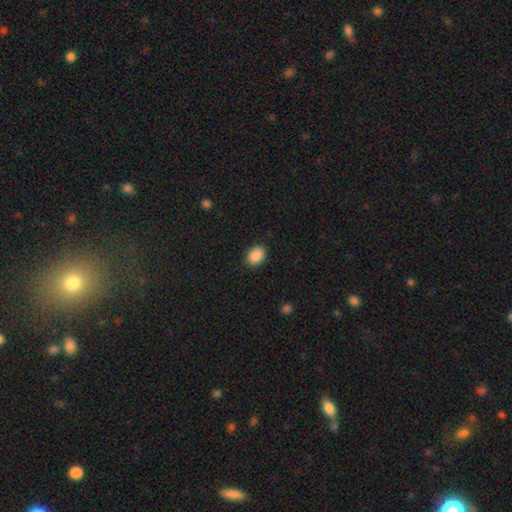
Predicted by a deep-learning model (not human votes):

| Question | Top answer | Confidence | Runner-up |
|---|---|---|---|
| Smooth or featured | smooth | 89% | star or artifact (8%) |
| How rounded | in between | 66% | round (33%) |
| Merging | none | 88% | minor disturbance (9%) |